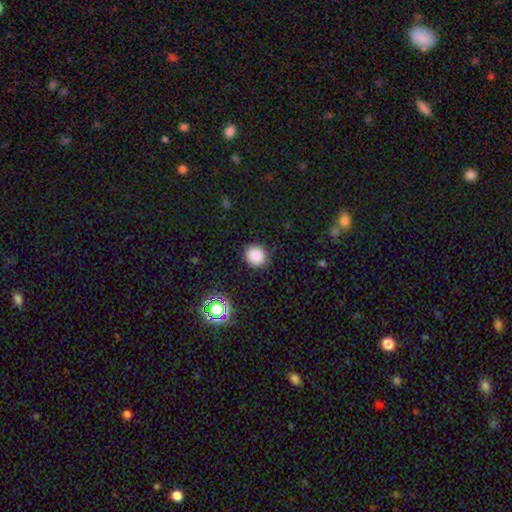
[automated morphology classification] smooth_or_featured: smooth (p=0.84) [alt: star or artifact p=0.12]
how_rounded: round (p=0.81) [alt: in between p=0.19]
merging: none (p=0.87) [alt: minor disturbance p=0.09]